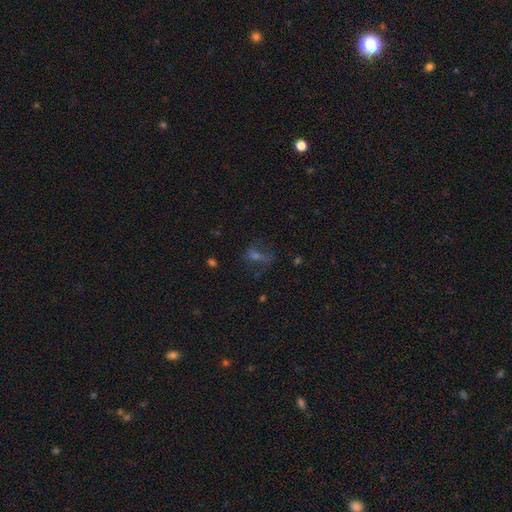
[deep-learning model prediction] A smooth galaxy with no disk features (38%).

Vote fractions:
- Smooth or featured? smooth: 38% / star or artifact: 33% / featured or disk: 28%
- Merging? none: 52% / major disturbance: 24% / minor disturbance: 20% / merger: 3%